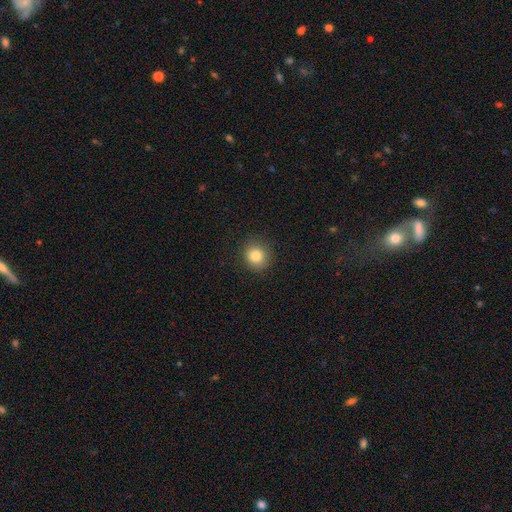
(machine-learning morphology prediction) Smooth or featured?
  - smooth: 82% *
  - star or artifact: 11%
  - featured or disk: 7%
How rounded?
  - round: 86% *
  - in between: 13%
  - cigar-shaped: 1%
Merging?
  - none: 89% *
  - minor disturbance: 8%
  - major disturbance: 2%
  - merger: 1%